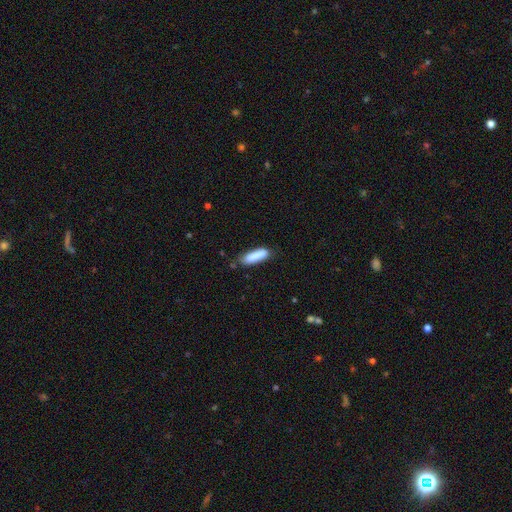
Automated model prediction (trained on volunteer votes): smooth-or-featured: smooth: 86% | featured or disk: 8% | star or artifact: 6%
  how-rounded: cigar-shaped: 65% | in between: 33% | round: 1%
  merging: none: 75% | minor disturbance: 18% | major disturbance: 3% | merger: 3%